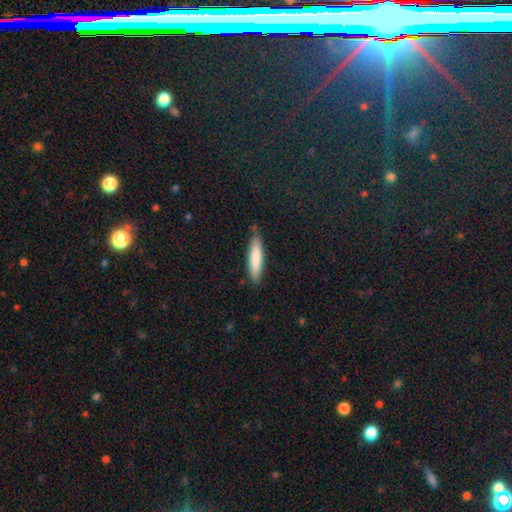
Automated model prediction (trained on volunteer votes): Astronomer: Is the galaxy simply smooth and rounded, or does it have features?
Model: smooth — 79%.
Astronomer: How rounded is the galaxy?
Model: cigar-shaped — 84%.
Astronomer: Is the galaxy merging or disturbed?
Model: none — 82%.